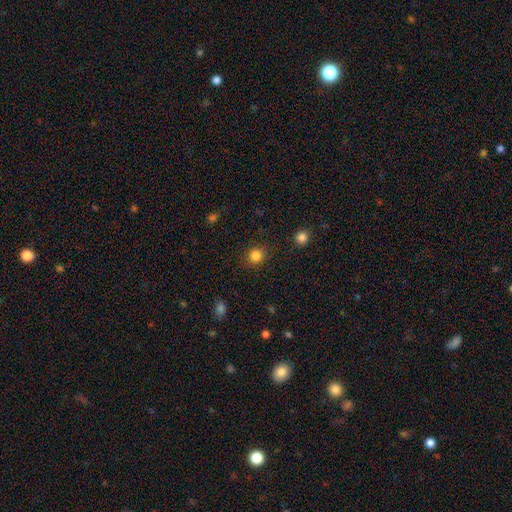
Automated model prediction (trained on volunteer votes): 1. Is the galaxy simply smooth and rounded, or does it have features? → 84% smooth, 12% star or artifact, 4% featured or disk.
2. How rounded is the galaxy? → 87% round, 12% in between, 1% cigar-shaped.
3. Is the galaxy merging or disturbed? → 87% none, 9% minor disturbance, 3% major disturbance, 2% merger.